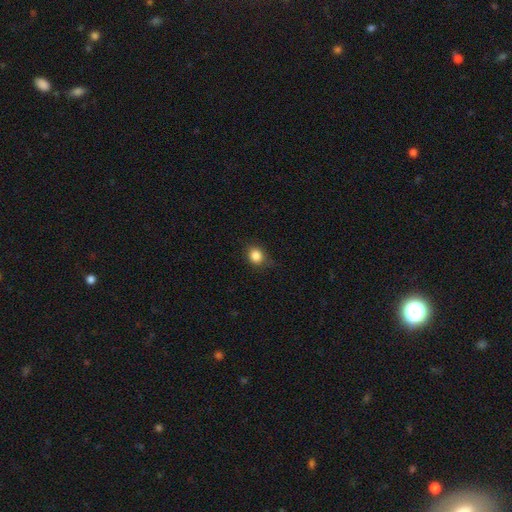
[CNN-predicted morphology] A smooth galaxy with no disk features (85%) that is round (69%). Merging: none (79%).